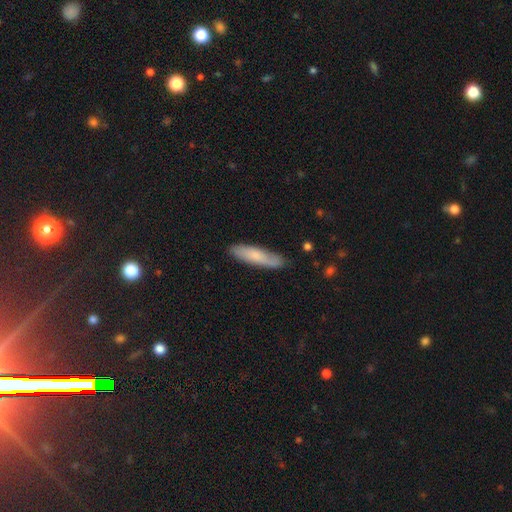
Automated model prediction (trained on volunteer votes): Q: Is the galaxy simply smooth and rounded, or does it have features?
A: smooth — 71%.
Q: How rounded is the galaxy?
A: cigar-shaped — 73%.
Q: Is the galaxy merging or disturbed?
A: none — 82%.